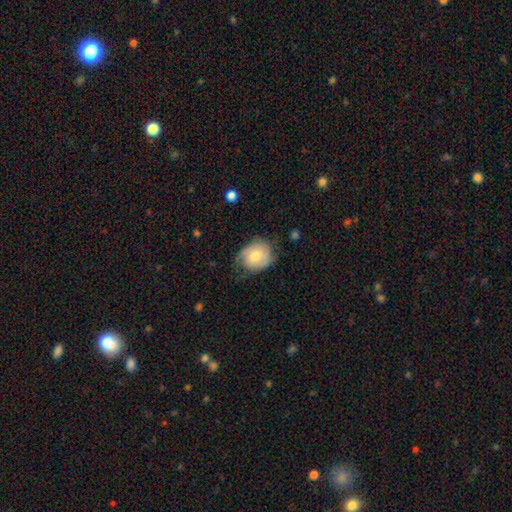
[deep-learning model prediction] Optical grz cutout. It shows a smooth galaxy with no disk features (61%) that is round (55%). Merging: none (58%).